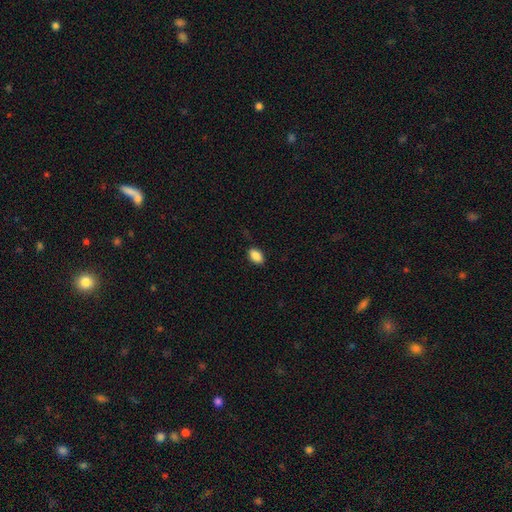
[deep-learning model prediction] This appears to be a smooth galaxy with no disk features (89%) that is in between round and cigar-shaped (91%). Merging: none (85%).